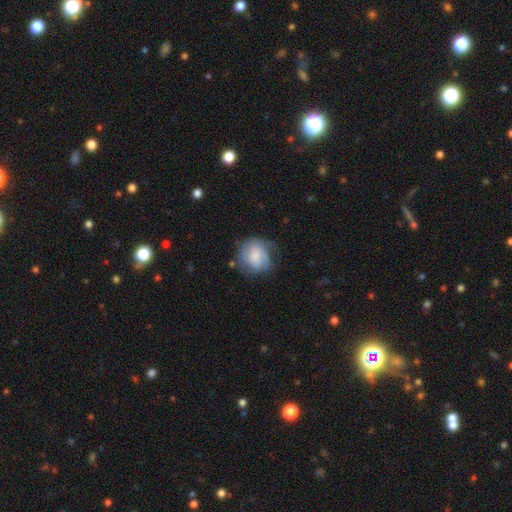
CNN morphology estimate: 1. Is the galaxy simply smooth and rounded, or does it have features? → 47% smooth, 45% featured or disk, 8% star or artifact.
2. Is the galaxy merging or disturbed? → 51% none, 30% minor disturbance, 17% major disturbance, 2% merger.